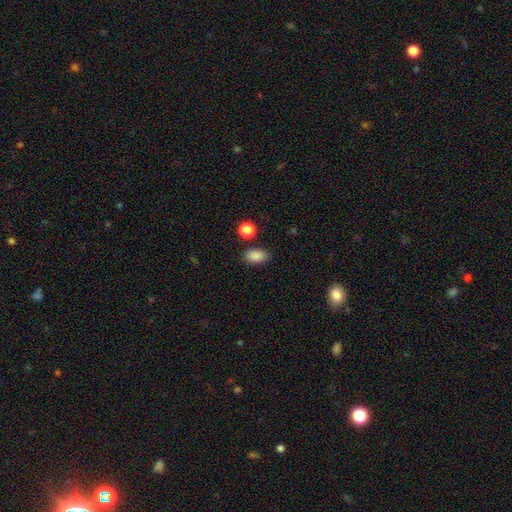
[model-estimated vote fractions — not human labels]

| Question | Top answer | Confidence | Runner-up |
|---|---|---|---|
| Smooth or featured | smooth | 88% | star or artifact (9%) |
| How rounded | in between | 88% | round (10%) |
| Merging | none | 84% | minor disturbance (10%) |